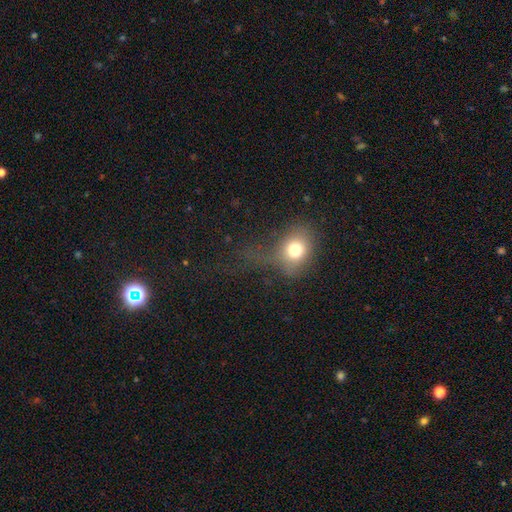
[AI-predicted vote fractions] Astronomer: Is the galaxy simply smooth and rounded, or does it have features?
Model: smooth — 62%.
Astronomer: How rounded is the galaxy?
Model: round — 68%.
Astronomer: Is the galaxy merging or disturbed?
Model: none — 38% (runner-up: major disturbance, 33%).